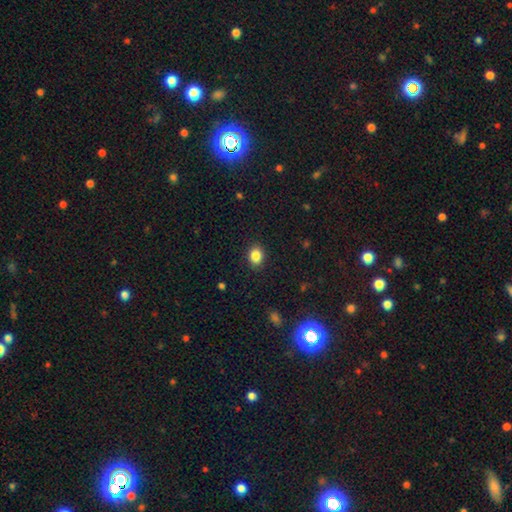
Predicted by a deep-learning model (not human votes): Morphology: type=smooth (86%); roundness=in between (54%); merging=none (88%).